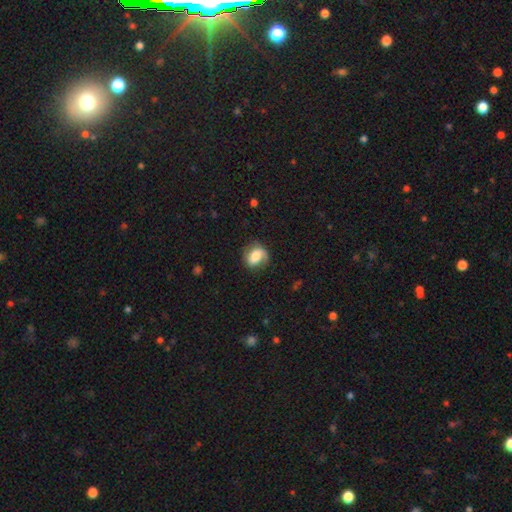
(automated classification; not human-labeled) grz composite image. It shows a featured or disk galaxy (47%). Merging: none (63%).